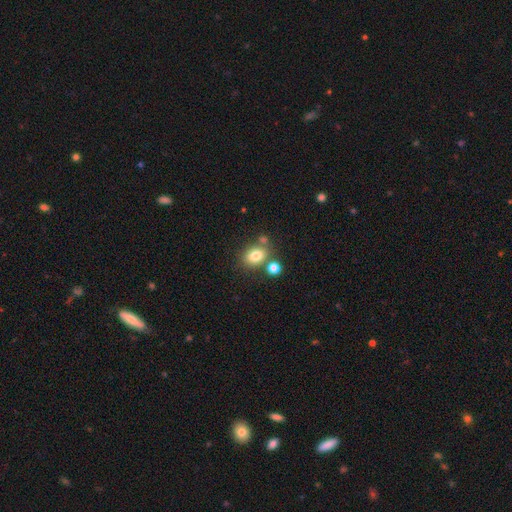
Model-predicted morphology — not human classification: smooth-or-featured: smooth: 79% | star or artifact: 11% | featured or disk: 10%
  how-rounded: in between: 66% | round: 32% | cigar-shaped: 1%
  merging: none: 64% | merger: 19% | minor disturbance: 12% | major disturbance: 4%